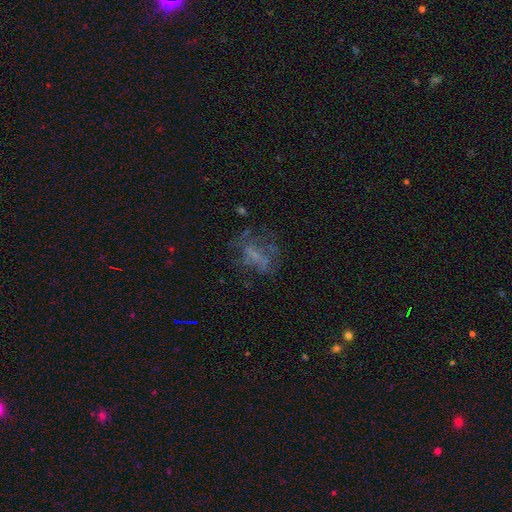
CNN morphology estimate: Overall: featured or disk (49%; smooth 27%). Merging: none (49%; major disturbance 30%).